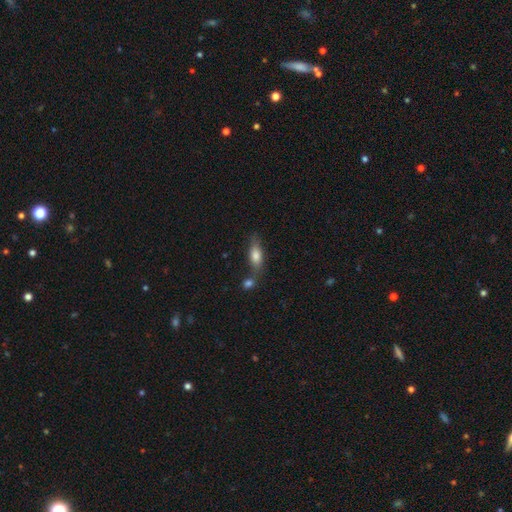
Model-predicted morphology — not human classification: smooth_or_featured: smooth (p=0.71) [alt: featured or disk p=0.22]
how_rounded: in between (p=0.65) [alt: cigar-shaped p=0.31]
merging: none (p=0.55) [alt: merger p=0.23]